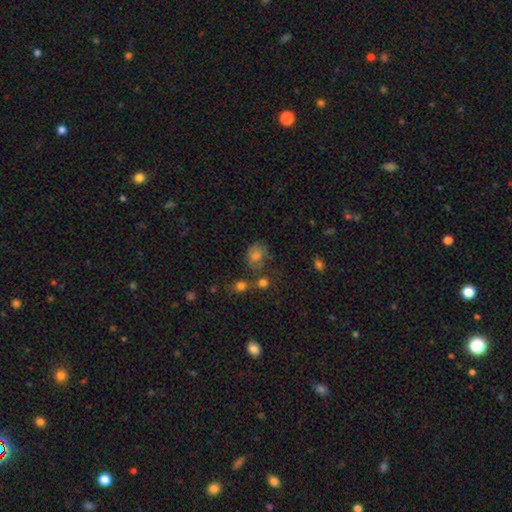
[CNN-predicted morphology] Smooth or featured? Predicted: smooth (p=0.68). How rounded? Predicted: round (p=0.55). Merging? Predicted: none (p=0.53).